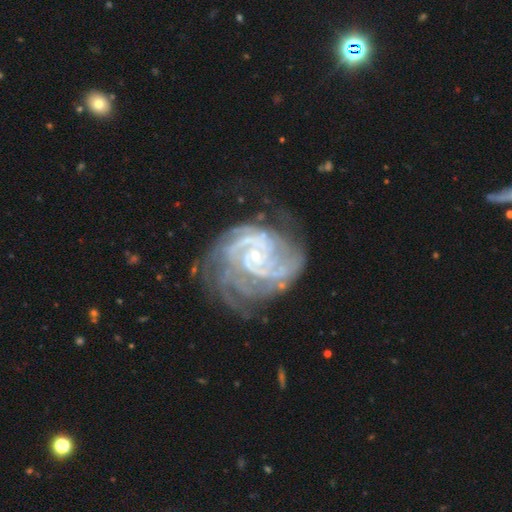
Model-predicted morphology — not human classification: A featured or disk galaxy (91%) with no bar (65%), 2 (28%) tight (65%) spiral arms (98%) and a small central bulge (81%). Merging: none (59%).